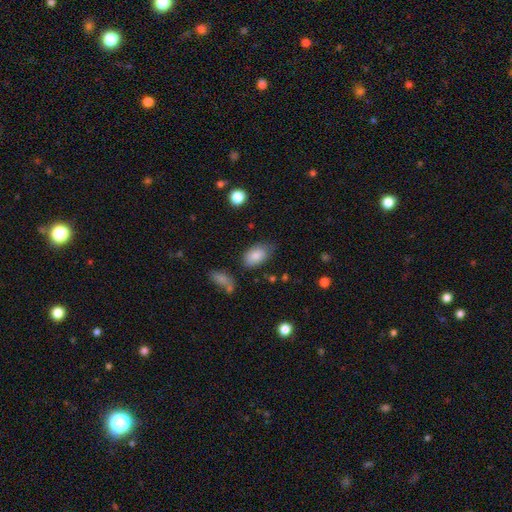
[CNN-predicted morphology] Smooth or featured: smooth — 83% (featured or disk — 10%)
How rounded: in between — 92% (round — 6%)
Merging: none — 67% (minor disturbance — 24%)